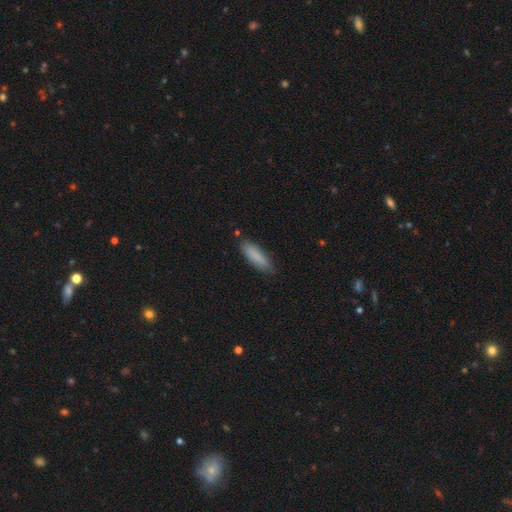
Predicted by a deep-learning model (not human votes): A smooth galaxy with no disk features (85%) that is cigar-shaped (61%). Merging: none (81%).